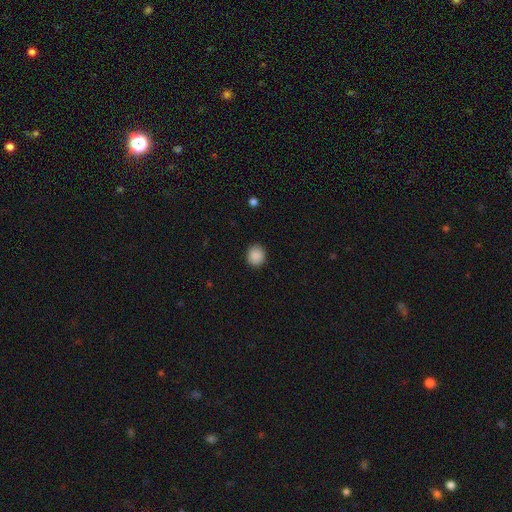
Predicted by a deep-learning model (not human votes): This is clearly a smooth galaxy (89%). How rounded: clearly round (85%). Merging: clearly none (90%).